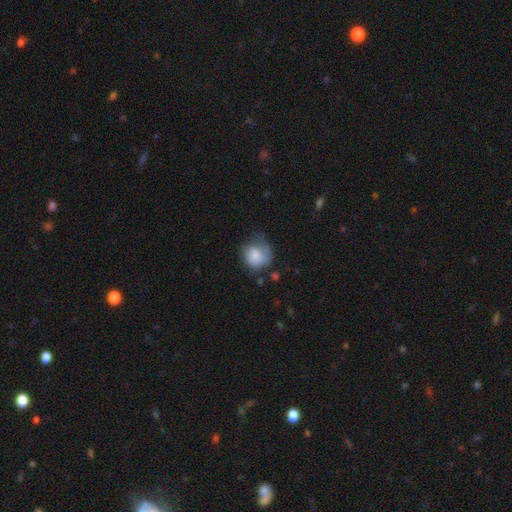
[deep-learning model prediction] A smooth galaxy with no disk features (74%) that is round (69%).

Vote fractions:
- Smooth or featured? smooth: 74% / featured or disk: 18% / star or artifact: 8%
- How rounded? round: 69% / in between: 30% / cigar-shaped: 1%
- Merging? none: 36% / minor disturbance: 33% / major disturbance: 26% / merger: 4%